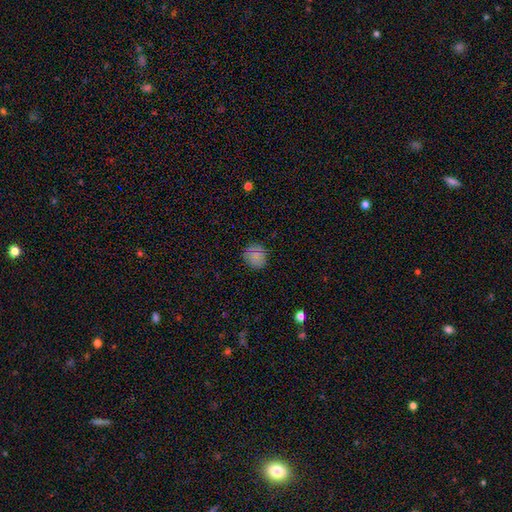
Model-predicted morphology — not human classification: Smooth or featured? smooth (75%)
How rounded? round (87%)
Merging? none (87%)